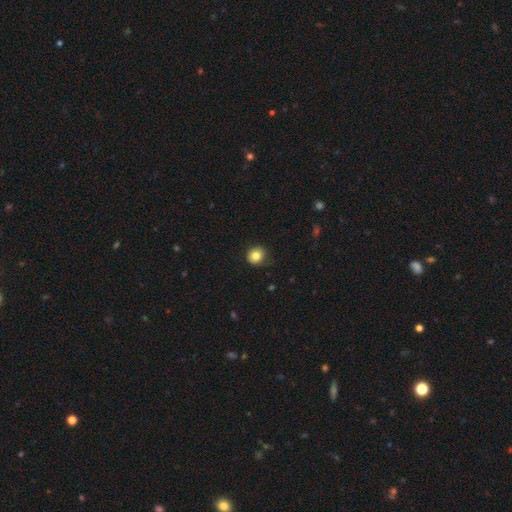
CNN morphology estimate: The model was most divided on "merging": none: 80%, minor disturbance: 16%, major disturbance: 3%, merger: 1%. More confident: how rounded — round (86%); smooth or featured — smooth (83%).